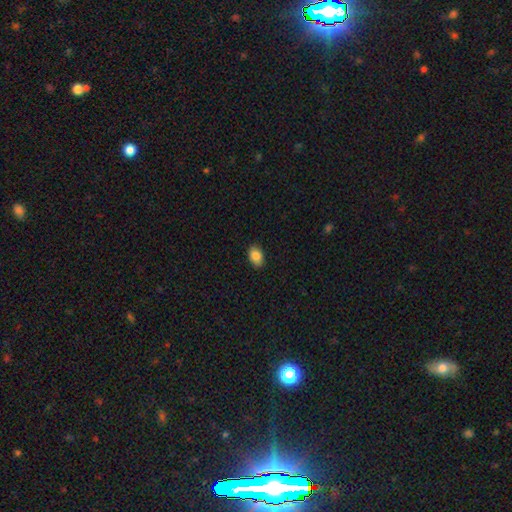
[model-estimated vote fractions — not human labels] smooth 87%, star or artifact 8%, featured or disk 5%. Down the decision tree: how rounded — in between (85%); merging — none (87%).